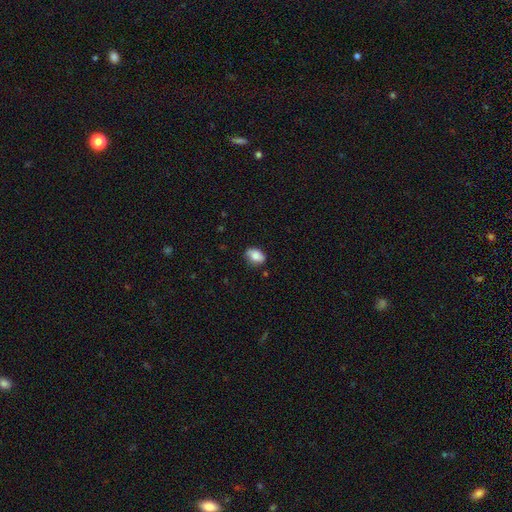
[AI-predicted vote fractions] Smooth or featured?
  - smooth: 81% *
  - featured or disk: 11%
  - star or artifact: 8%
How rounded?
  - in between: 78% *
  - round: 20%
  - cigar-shaped: 1%
Merging?
  - none: 77% *
  - minor disturbance: 18%
  - major disturbance: 3%
  - merger: 2%